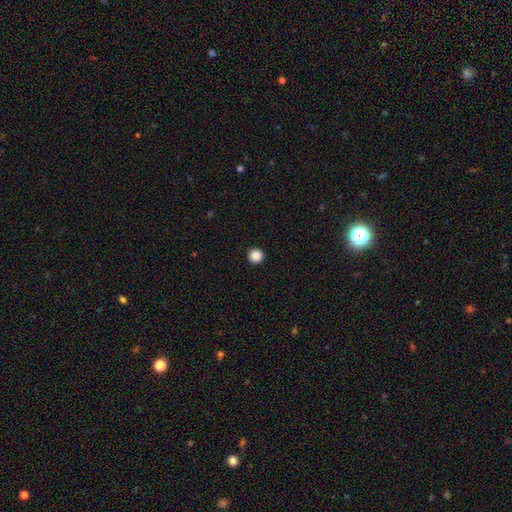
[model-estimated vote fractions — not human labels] The model was most divided on "smooth or featured": smooth: 87%, star or artifact: 10%, featured or disk: 3%. More confident: how rounded — round (96%); merging — none (94%).